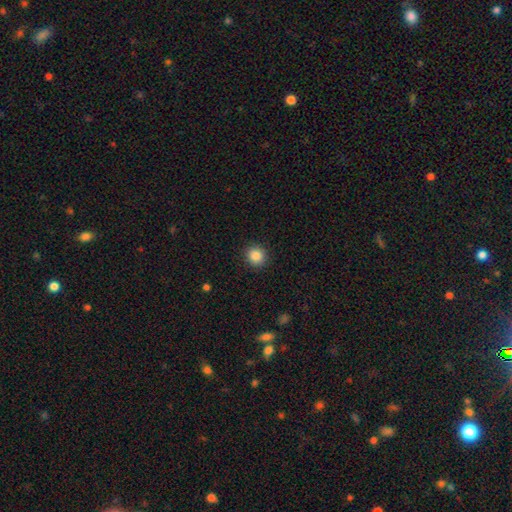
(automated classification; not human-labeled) Overall: smooth (86%). How rounded: round (91%). Merging: none (91%).